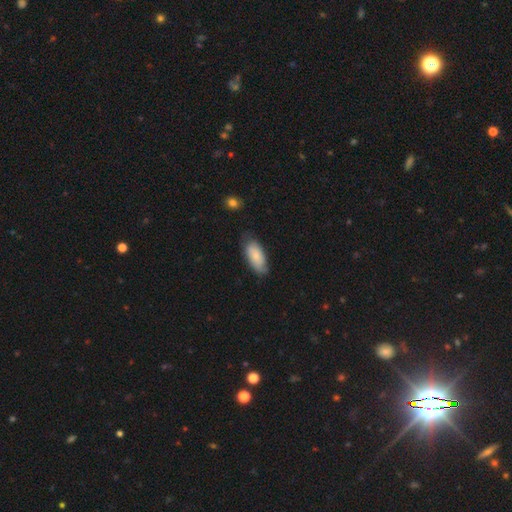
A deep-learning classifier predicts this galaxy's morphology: Smooth or featured? smooth (76%)
How rounded? in between (87%)
Merging? none (67%)